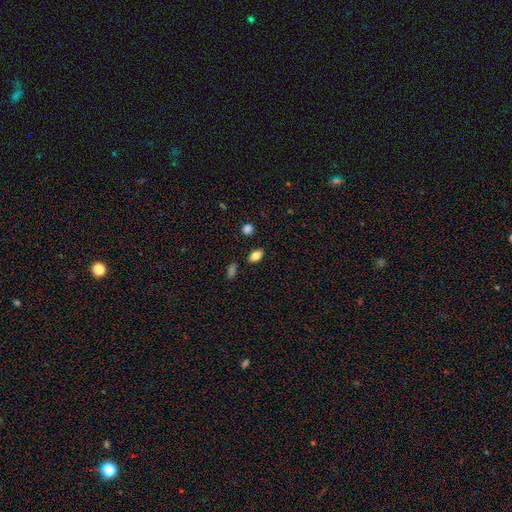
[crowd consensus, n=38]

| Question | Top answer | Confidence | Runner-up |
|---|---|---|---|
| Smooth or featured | smooth | 87% | star or artifact (8%) |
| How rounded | in between | 85% | round (9%) |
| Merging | none | 94% | minor disturbance (6%) |